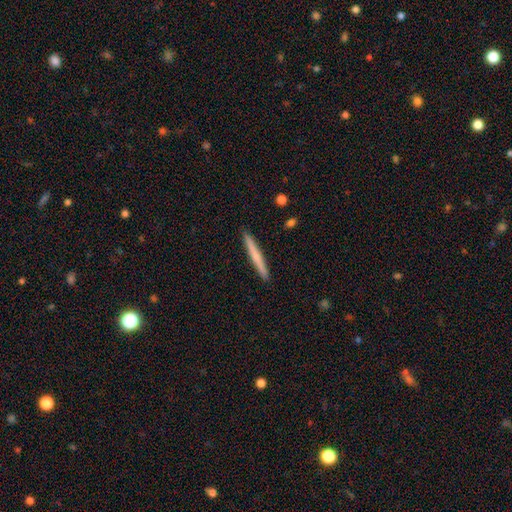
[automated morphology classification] Smooth or featured? smooth (59%)
How rounded? cigar-shaped (97%)
Merging? none (93%)